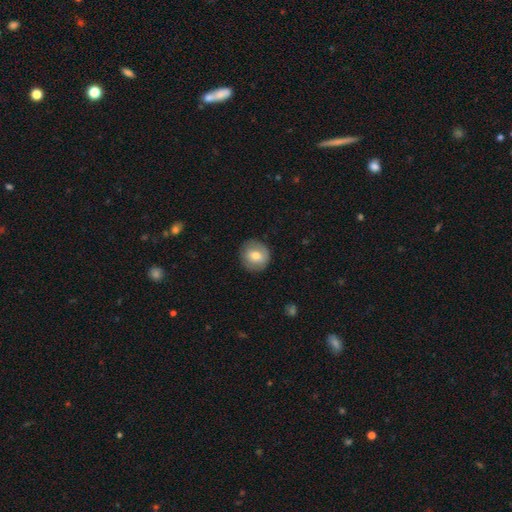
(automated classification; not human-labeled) Smooth or featured: smooth — 69% (featured or disk — 23%)
How rounded: round — 85% (in between — 14%)
Merging: none — 85% (minor disturbance — 11%)